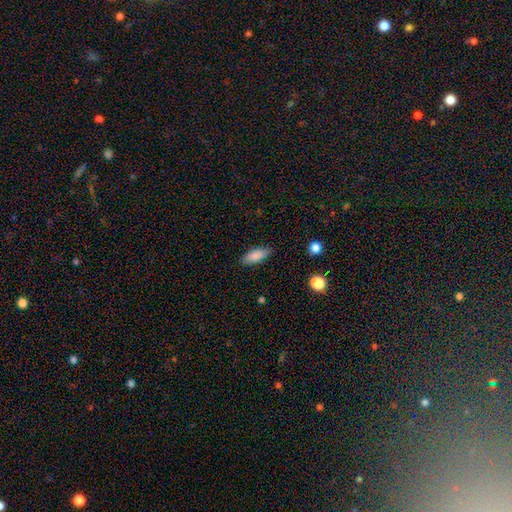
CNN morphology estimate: The model was most divided on "how rounded": in between: 74%, cigar-shaped: 24%, round: 2%. More confident: smooth or featured — smooth (86%); merging — none (85%).